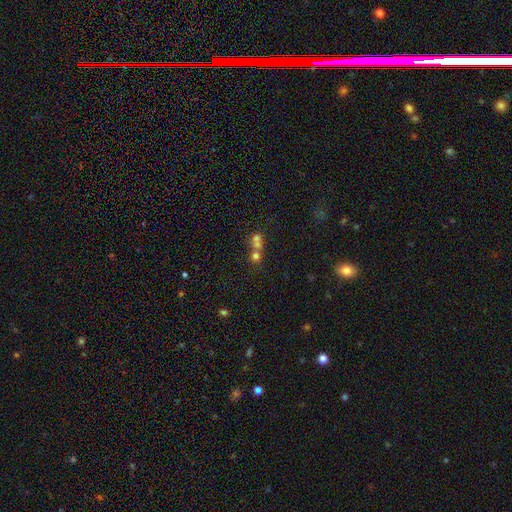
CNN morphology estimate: A smooth galaxy with no disk features (53%) that is round (80%).

Vote fractions:
- Smooth or featured? smooth: 53% / star or artifact: 30% / featured or disk: 17%
- How rounded? round: 80% / in between: 18% / cigar-shaped: 2%
- Merging? merger: 51% / none: 39% / minor disturbance: 6% / major disturbance: 4%